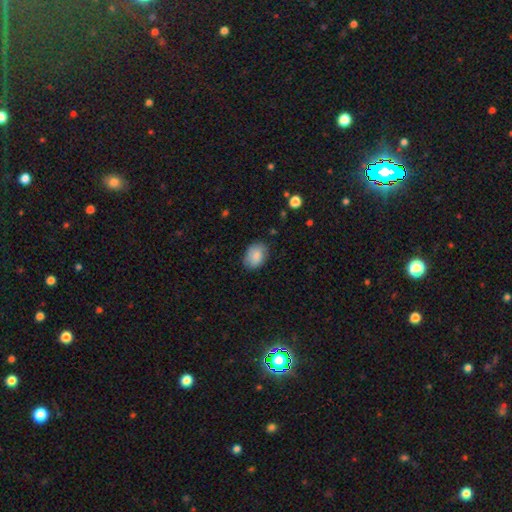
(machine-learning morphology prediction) This appears to be a smooth galaxy with no disk features (86%) that is in between round and cigar-shaped (78%). Merging: none (76%).